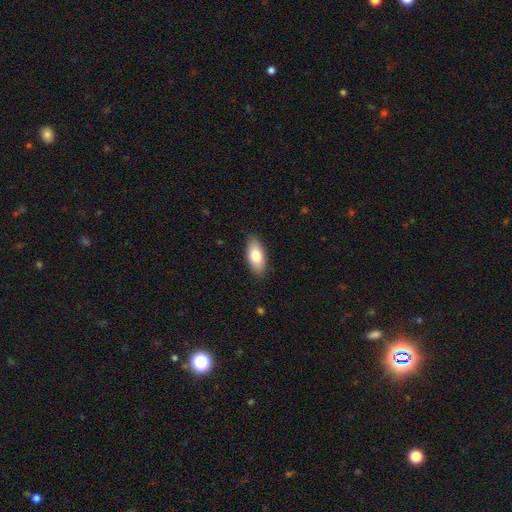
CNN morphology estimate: The model was most divided on "smooth or featured": smooth: 77%, featured or disk: 16%, star or artifact: 6%. More confident: how rounded — in between (87%); merging — none (87%).